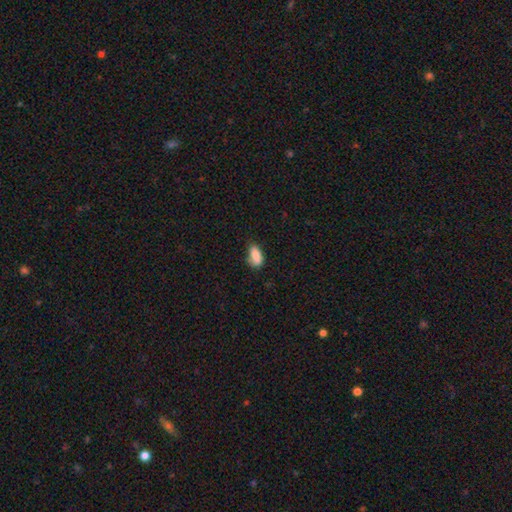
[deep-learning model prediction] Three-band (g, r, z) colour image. It shows a smooth galaxy with no disk features (86%) that is in between round and cigar-shaped (89%). Merging: none (59%).